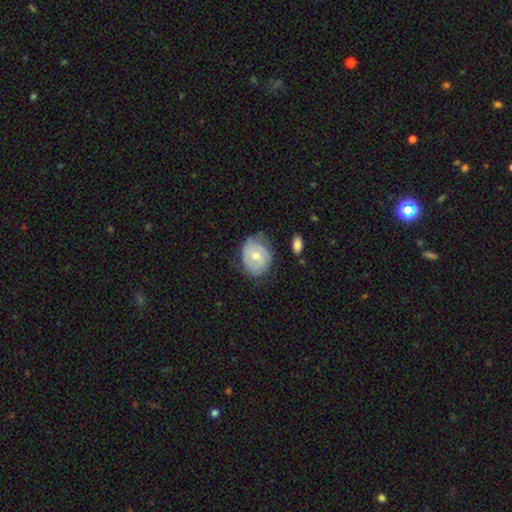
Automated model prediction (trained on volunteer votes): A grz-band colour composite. It shows a featured or disk galaxy (61%) with no bar (71%), spiral arms (80%) and a moderate central bulge (63%). Merging: none (61%).